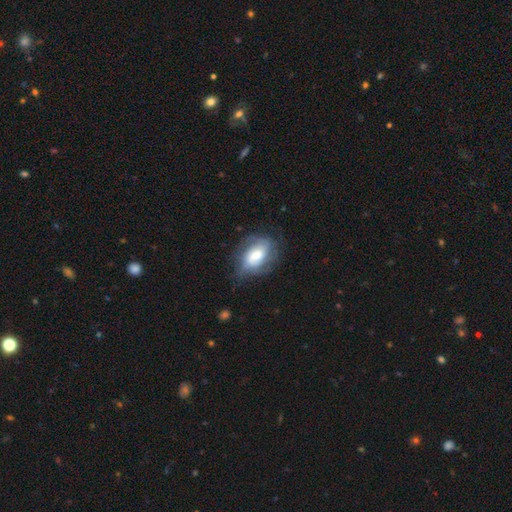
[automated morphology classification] The model was most divided on "bulge size": moderate: 39%, large: 37%, small: 14%, dominant: 5%, none: 5%. Remaining: edge-on disk — no (96%); spiral arms — yes (81%); merging — none (58%); smooth or featured — featured or disk (55%); bar — no (48%).